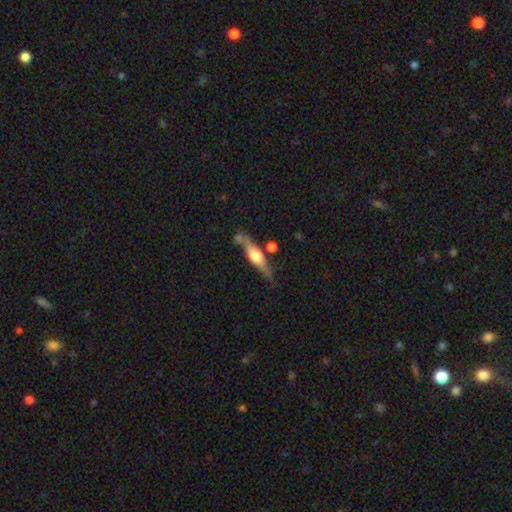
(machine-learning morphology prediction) The model was most divided on "smooth or featured": featured or disk: 68%, smooth: 26%, star or artifact: 6%. More confident: edge-on disk — yes (94%); edge-on bulge — rounded (89%); merging — none (70%).